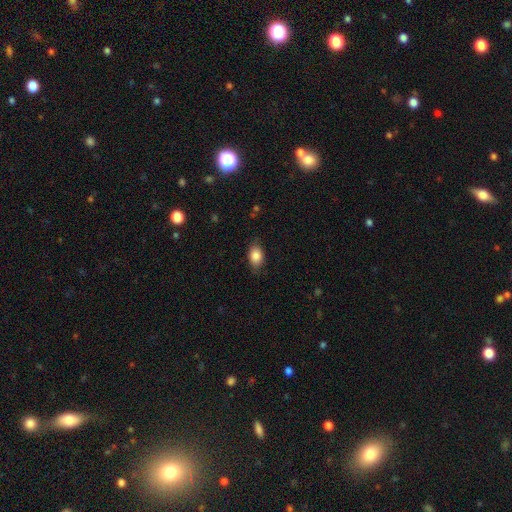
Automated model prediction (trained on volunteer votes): Overall: smooth (85%). How rounded: in between (84%). Merging: none (80%).